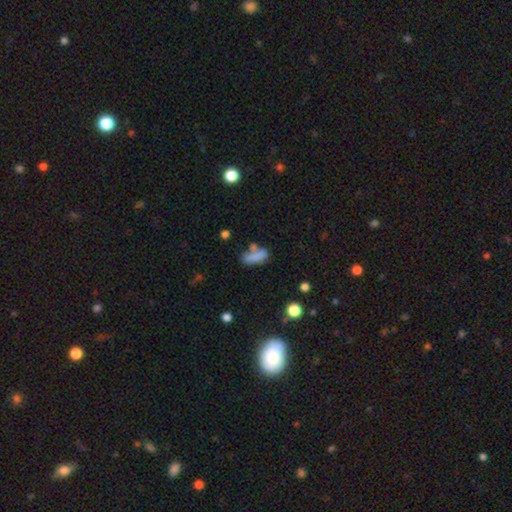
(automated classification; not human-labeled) A smooth galaxy with no disk features (75%) that is in between round and cigar-shaped (70%).

Vote fractions:
- Smooth or featured? smooth: 75% / featured or disk: 14% / star or artifact: 11%
- How rounded? in between: 70% / cigar-shaped: 26% / round: 4%
- Merging? none: 43% / minor disturbance: 23% / merger: 21% / major disturbance: 13%